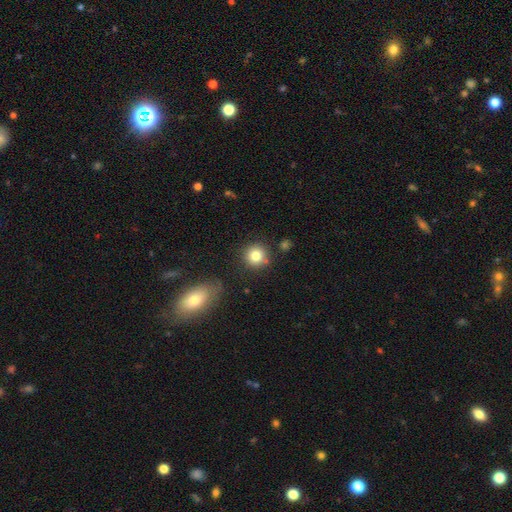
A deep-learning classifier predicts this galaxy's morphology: Q: Smooth or featured?
A: smooth (82%); runner-up: star or artifact (10%)
Q: How rounded?
A: round (92%); runner-up: in between (7%)
Q: Merging?
A: none (84%); runner-up: minor disturbance (9%)